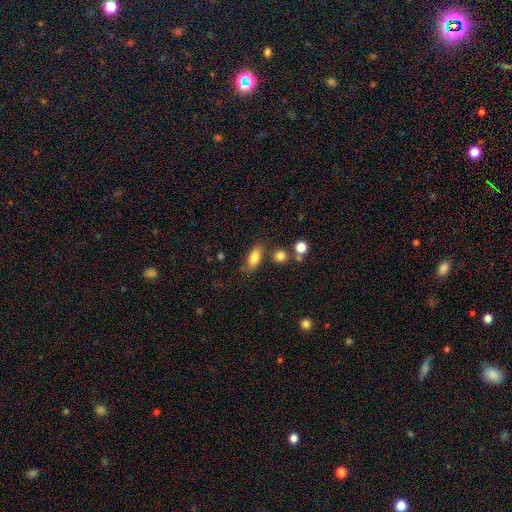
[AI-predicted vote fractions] Smooth or featured?
  - smooth: 76% *
  - featured or disk: 13%
  - star or artifact: 10%
How rounded?
  - in between: 80% *
  - cigar-shaped: 12%
  - round: 9%
Merging?
  - none: 69% *
  - minor disturbance: 17%
  - merger: 8%
  - major disturbance: 6%